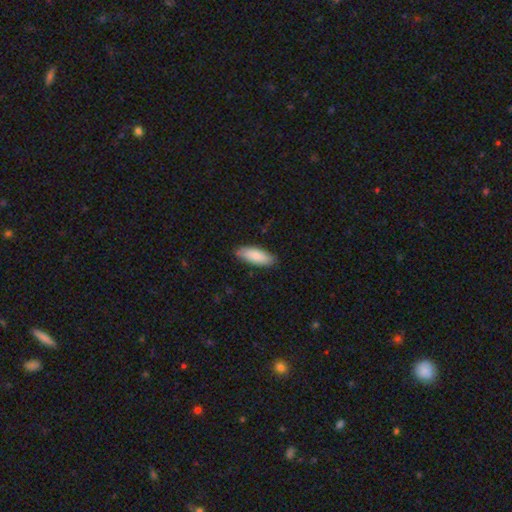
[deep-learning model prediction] smooth_or_featured: smooth (p=0.88) [alt: featured or disk p=0.07]
how_rounded: in between (p=0.69) [alt: cigar-shaped p=0.29]
merging: none (p=0.86) [alt: minor disturbance p=0.11]